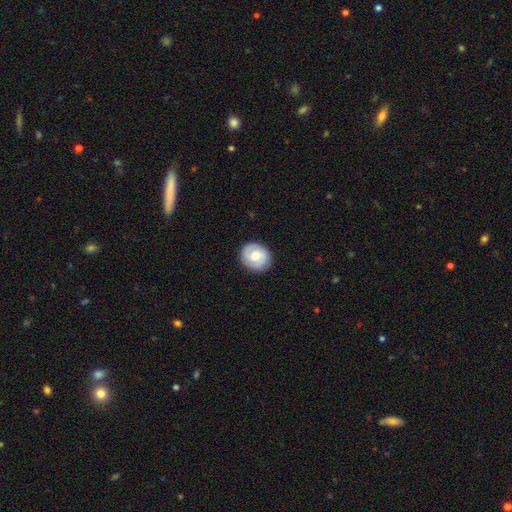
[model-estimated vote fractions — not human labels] Overall: smooth (63%; featured or disk 30%). How rounded: round (74%). Merging: none (87%).